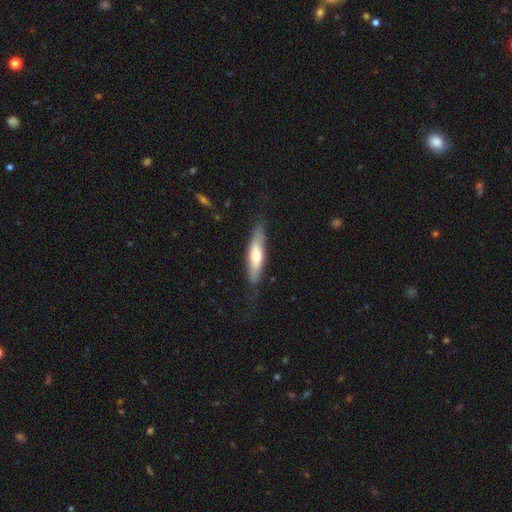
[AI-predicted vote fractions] Morphology: type=smooth (58%); roundness=cigar-shaped (70%); merging=none (74%).